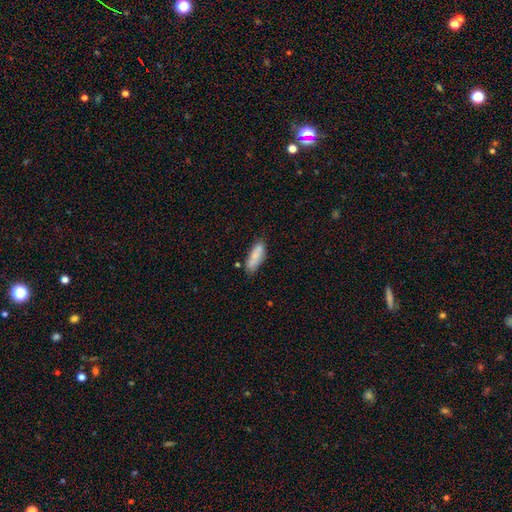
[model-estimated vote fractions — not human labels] This is clearly a smooth galaxy (81%). How rounded: possibly in between (55%). Merging: likely none (67%).